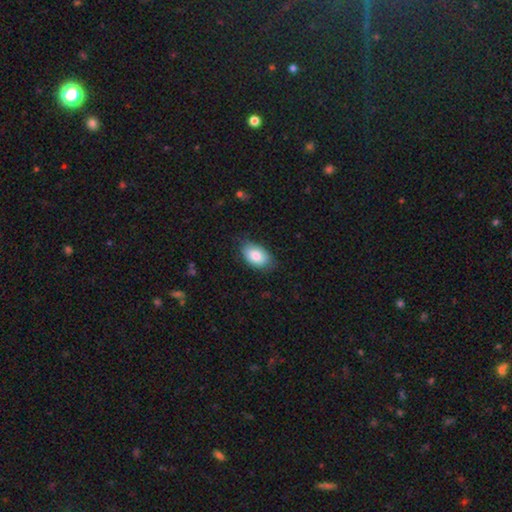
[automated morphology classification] Smooth or featured? smooth (84%)
How rounded? in between (92%)
Merging? none (76%)